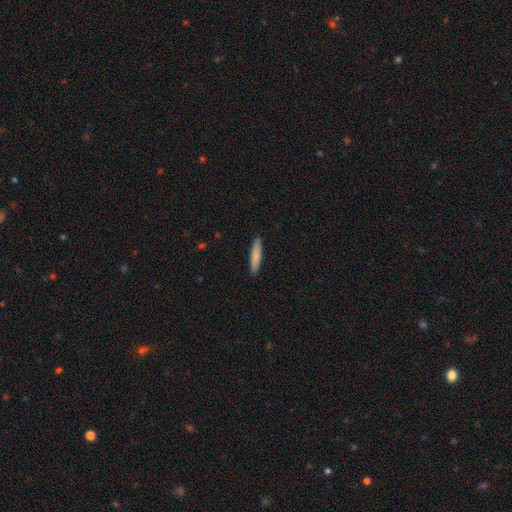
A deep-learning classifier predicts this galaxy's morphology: A smooth galaxy with no disk features (82%) that is cigar-shaped (87%). Merging: none (91%).